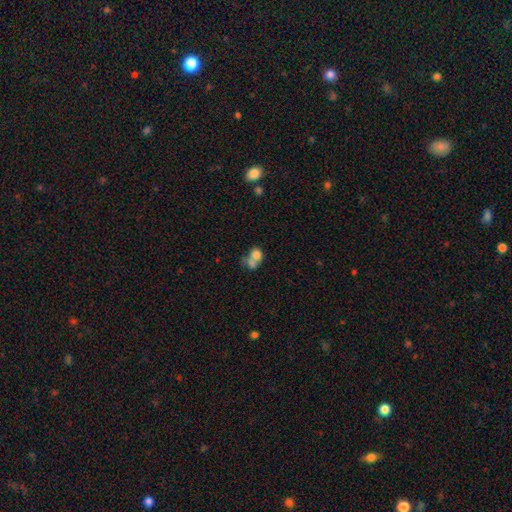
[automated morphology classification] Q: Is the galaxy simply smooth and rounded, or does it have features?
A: smooth — 71%.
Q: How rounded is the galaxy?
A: in between — 50%.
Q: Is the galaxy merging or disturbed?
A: merger — 62%.